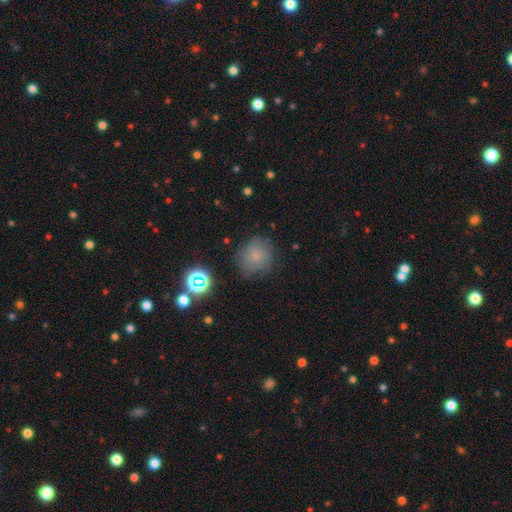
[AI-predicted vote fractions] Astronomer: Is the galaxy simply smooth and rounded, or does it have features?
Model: smooth — 70%.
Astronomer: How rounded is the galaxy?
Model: round — 84%.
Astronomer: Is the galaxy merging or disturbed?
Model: none — 69%.